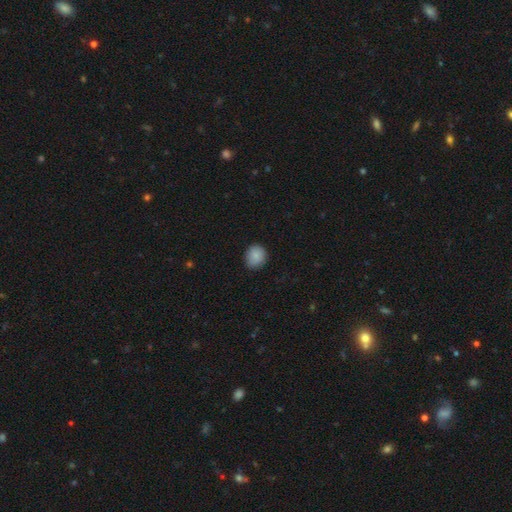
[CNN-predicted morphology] This appears to be a smooth galaxy with no disk features (86%) that is round (74%). Merging: none (80%).